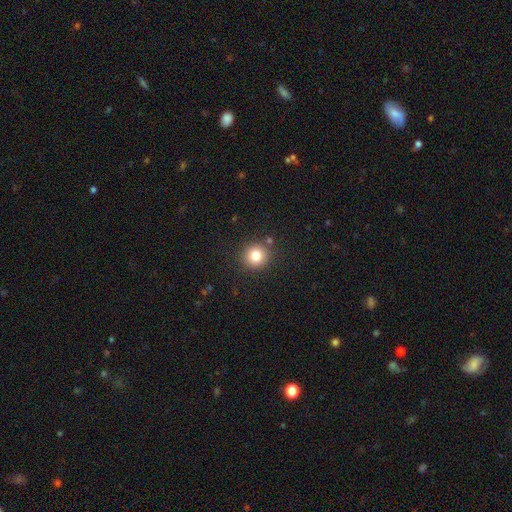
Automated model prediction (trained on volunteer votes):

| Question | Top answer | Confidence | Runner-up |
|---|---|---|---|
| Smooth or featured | smooth | 81% | star or artifact (12%) |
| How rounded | round | 92% | in between (7%) |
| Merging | none | 86% | minor disturbance (8%) |